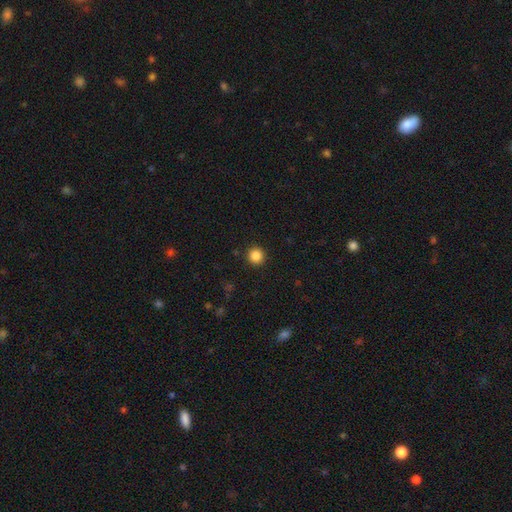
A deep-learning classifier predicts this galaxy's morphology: Smooth or featured? smooth (86%)
How rounded? round (95%)
Merging? none (93%)